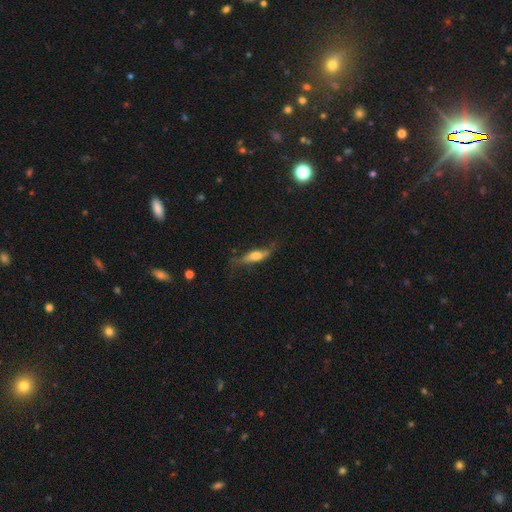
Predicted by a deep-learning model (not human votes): Smooth or featured? smooth (52%)
How rounded? cigar-shaped (54%)
Merging? none (60%)